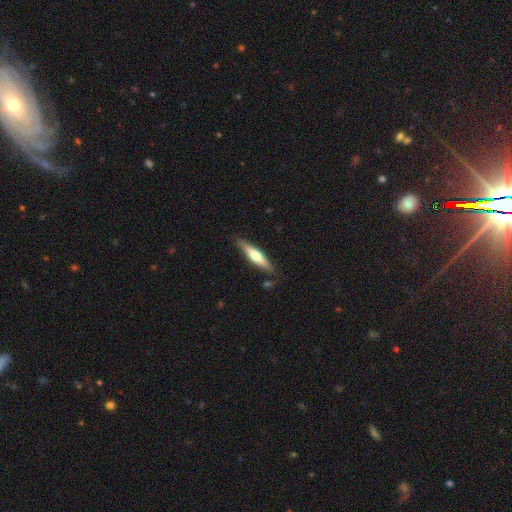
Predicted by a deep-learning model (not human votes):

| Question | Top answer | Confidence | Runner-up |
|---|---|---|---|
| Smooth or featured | smooth | 49% | featured or disk (46%) |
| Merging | none | 85% | minor disturbance (11%) |